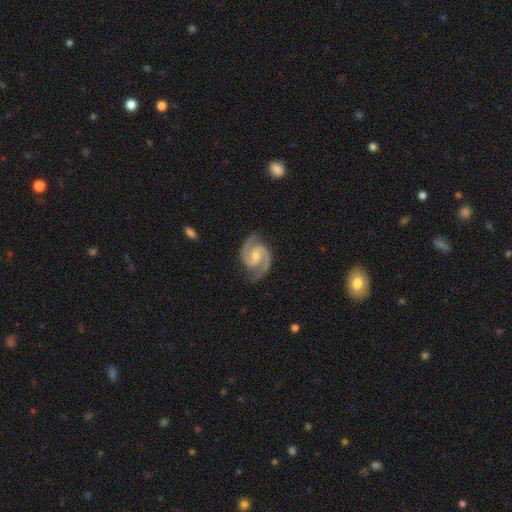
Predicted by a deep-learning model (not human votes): Smooth or featured?
  - featured or disk: 94% *
  - star or artifact: 4%
  - smooth: 3%
Edge-on disk?
  - no: 98% *
  - yes: 2%
Bar?
  - weak: 45% *
  - no: 40%
  - strong: 15%
Spiral arms?
  - yes: 99% *
  - no: 1%
Spiral winding?
  - medium: 57% *
  - tight: 34%
  - loose: 8%
Spiral arm count?
  - 2: 94% *
  - 3: 1%
  - can't tell: 1%
  - 1: 1%
  - 4: 1%
  - more than 4: 1%
Bulge size?
  - small: 48% *
  - moderate: 44%
  - none: 5%
  - large: 2%
  - dominant: 1%
Merging?
  - none: 84% *
  - minor disturbance: 12%
  - major disturbance: 3%
  - merger: 1%